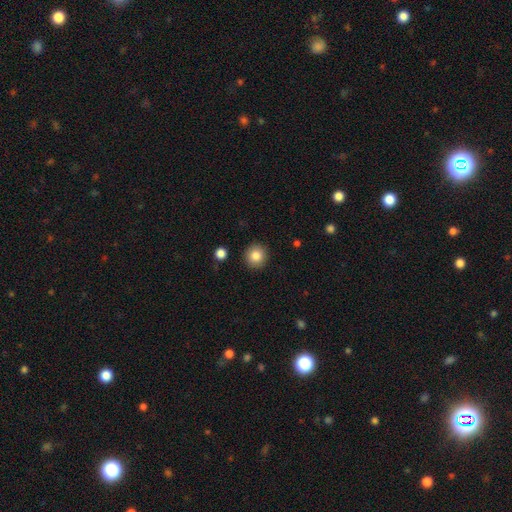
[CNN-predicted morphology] Smooth or featured: smooth — 85% (star or artifact — 9%)
How rounded: round — 94% (in between — 5%)
Merging: none — 91% (minor disturbance — 6%)